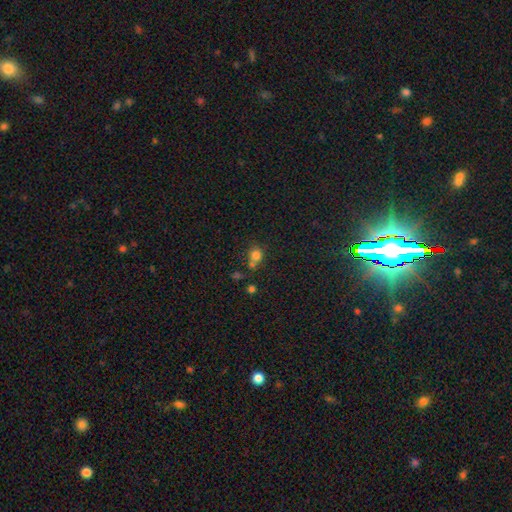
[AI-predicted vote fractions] A smooth galaxy with no disk features (78%) that is round (81%). Merging: none (51%).